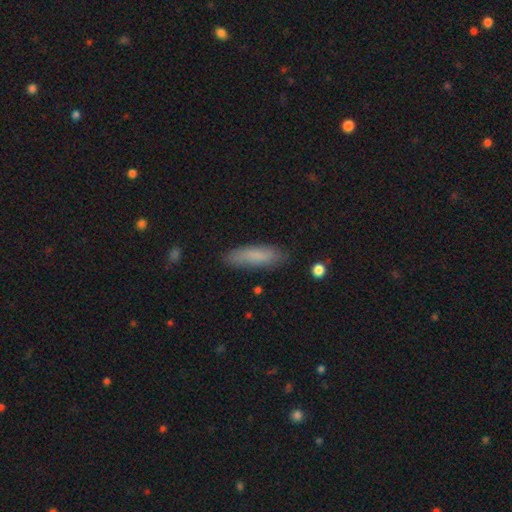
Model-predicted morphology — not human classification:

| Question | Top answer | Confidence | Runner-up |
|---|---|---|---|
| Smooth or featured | smooth | 81% | featured or disk (12%) |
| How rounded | cigar-shaped | 61% | in between (38%) |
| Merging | none | 83% | minor disturbance (13%) |